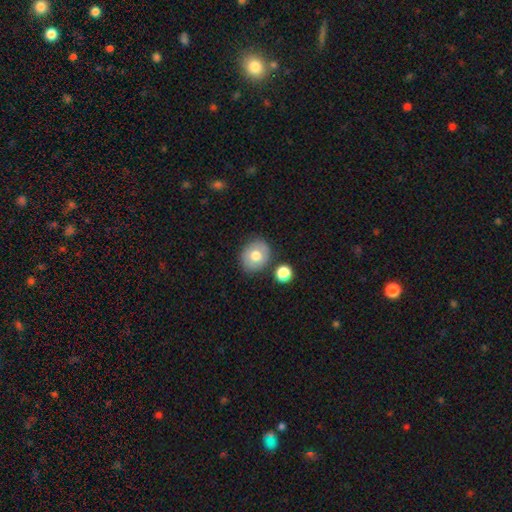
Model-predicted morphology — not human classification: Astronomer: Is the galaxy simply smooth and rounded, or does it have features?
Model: smooth — 71%.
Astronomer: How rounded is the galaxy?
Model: round — 63%.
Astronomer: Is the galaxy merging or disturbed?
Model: none — 79%.